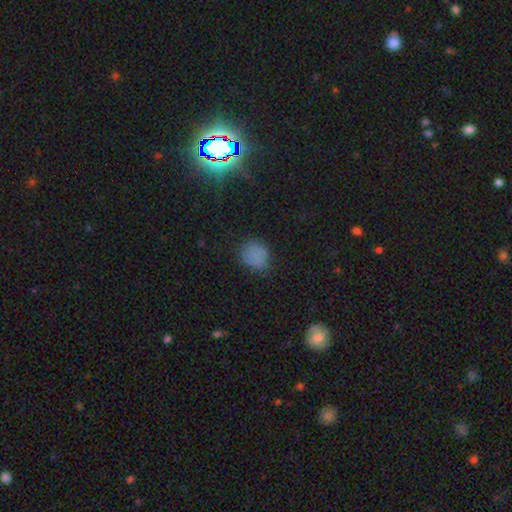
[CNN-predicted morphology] Overall: smooth (74%). How rounded: round (72%). Merging: none (75%).